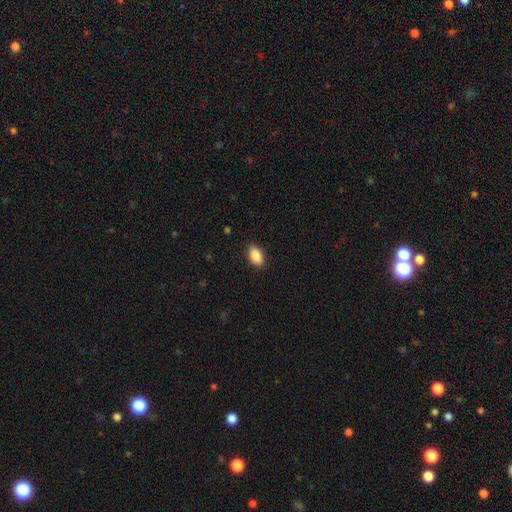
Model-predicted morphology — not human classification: type=smooth (89%); roundness=in between (92%); merging=none (89%).